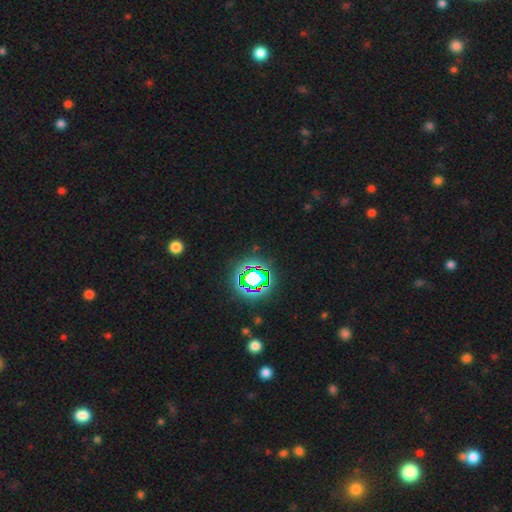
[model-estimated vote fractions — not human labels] Overall: star or artifact (78%).